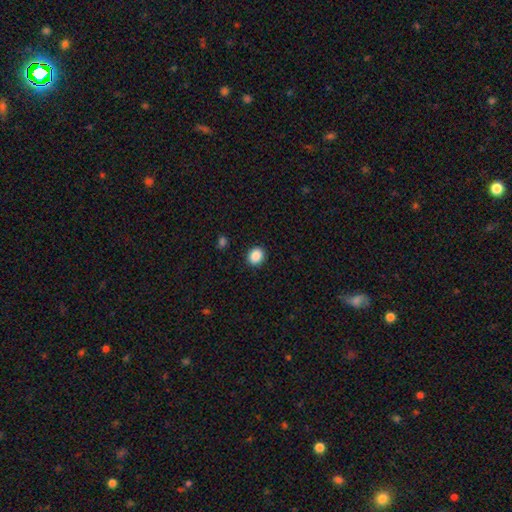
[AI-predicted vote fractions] Overall: smooth (88%). How rounded: round (66%; in between 34%). Merging: none (91%).